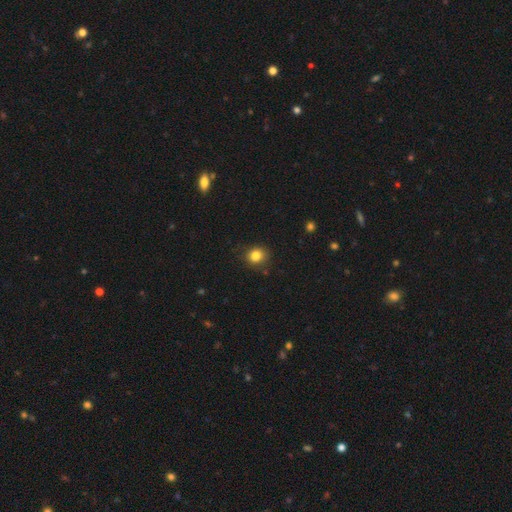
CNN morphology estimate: Smooth or featured?
  - smooth: 83% *
  - star or artifact: 12%
  - featured or disk: 5%
How rounded?
  - round: 80% *
  - in between: 19%
  - cigar-shaped: 1%
Merging?
  - none: 85% *
  - minor disturbance: 11%
  - major disturbance: 3%
  - merger: 1%